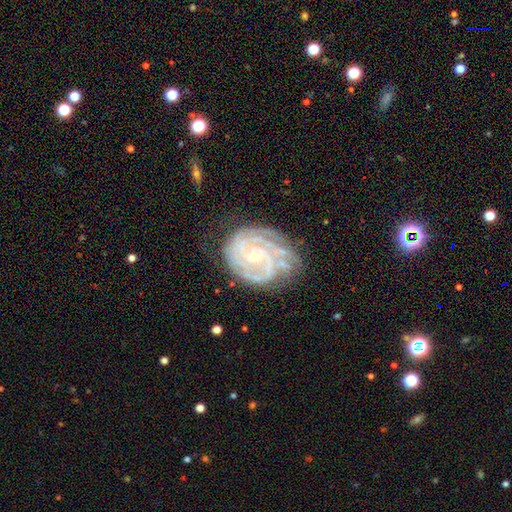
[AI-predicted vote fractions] Smooth or featured: featured or disk — 88% (star or artifact — 6%)
Edge-on disk: no — 97% (yes — 3%)
Bar: no — 69% (weak — 24%)
Spiral arms: yes — 97% (no — 3%)
Spiral winding: tight — 76% (medium — 20%)
Spiral arm count: 3 — 25% (4 — 23%)
Bulge size: small — 76% (moderate — 20%)
Merging: none — 64% (minor disturbance — 23%)